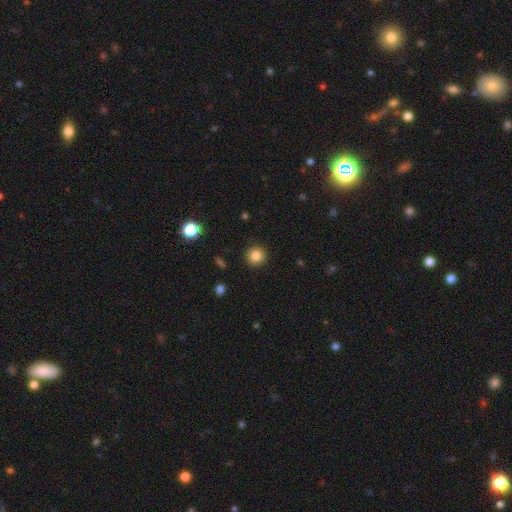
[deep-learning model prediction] Smooth or featured? smooth (84%)
How rounded? round (94%)
Merging? none (92%)